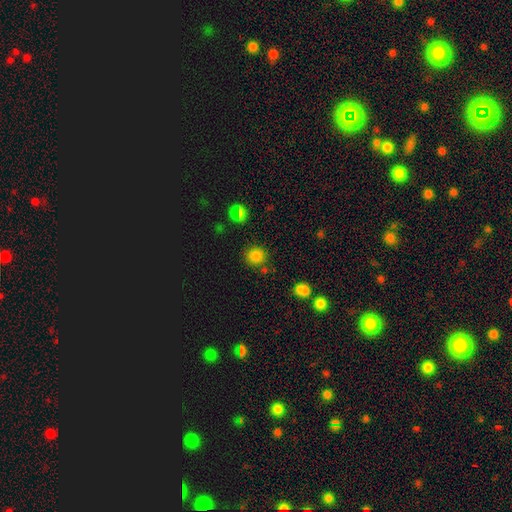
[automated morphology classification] This appears to be a smooth galaxy with no disk features (80%) that is round (90%). Merging: none (82%).